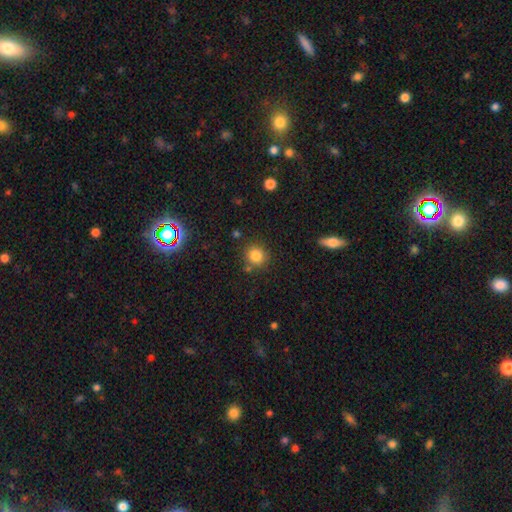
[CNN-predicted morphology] Smooth or featured? Predicted: smooth (p=0.83). How rounded? Predicted: round (p=0.86). Merging? Predicted: none (p=0.80).